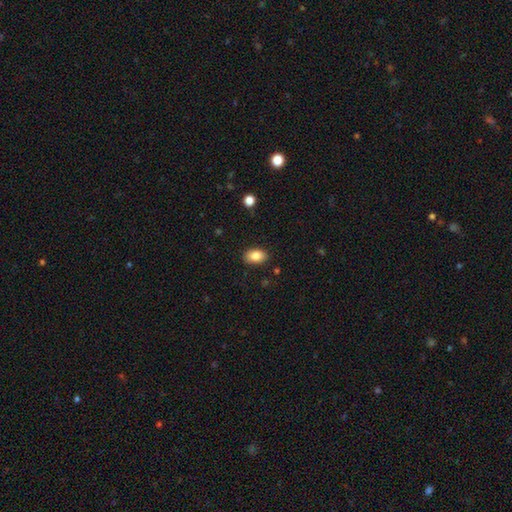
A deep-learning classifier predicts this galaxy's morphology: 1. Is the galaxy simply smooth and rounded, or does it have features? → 84% smooth, 8% featured or disk, 8% star or artifact.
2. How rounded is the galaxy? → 88% in between, 11% round, 1% cigar-shaped.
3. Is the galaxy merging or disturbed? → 87% none, 9% minor disturbance, 2% major disturbance, 1% merger.